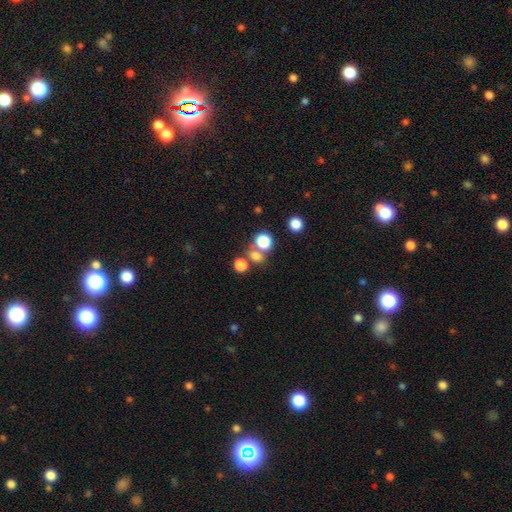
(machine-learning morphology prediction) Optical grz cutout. It shows a smooth galaxy with no disk features (73%) that is round (72%). Merging: none (58%).